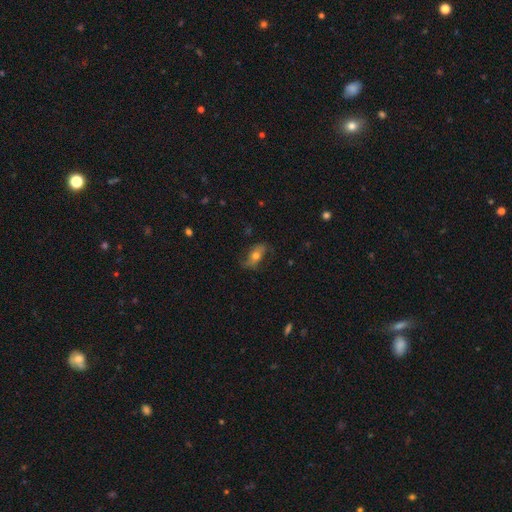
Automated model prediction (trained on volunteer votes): This appears to be a featured or disk galaxy (46%, tied with smooth). Merging: none (69%).